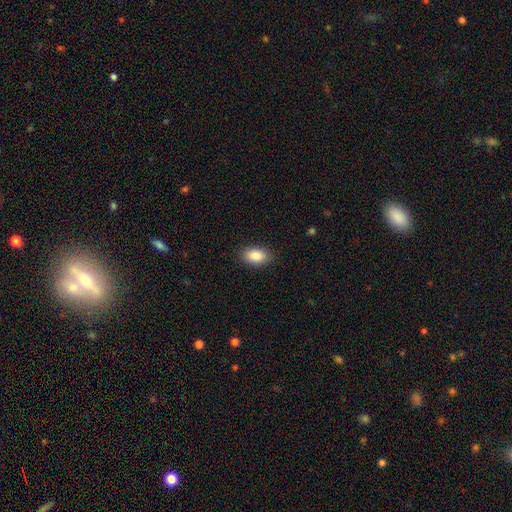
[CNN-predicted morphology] This is clearly a smooth galaxy (89%). How rounded: clearly in between (92%). Merging: clearly none (87%).